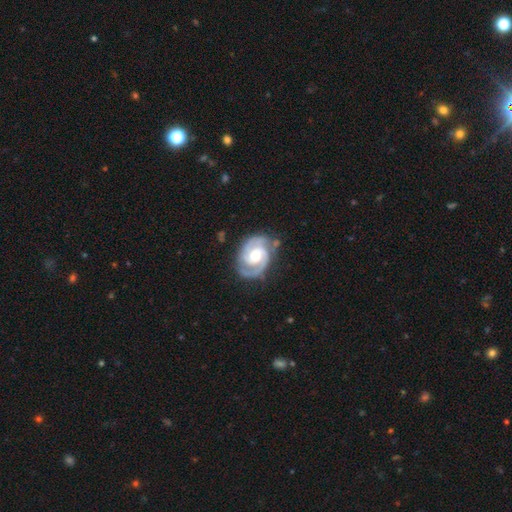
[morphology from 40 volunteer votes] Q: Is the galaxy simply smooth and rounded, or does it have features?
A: featured or disk — 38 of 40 (95%).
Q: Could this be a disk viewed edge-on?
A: no — 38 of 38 (100%).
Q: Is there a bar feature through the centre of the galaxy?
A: no — 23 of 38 (61%).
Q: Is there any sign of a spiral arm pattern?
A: yes — 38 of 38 (100%).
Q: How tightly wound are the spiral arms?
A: medium — 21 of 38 (55%).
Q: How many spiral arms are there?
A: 2 — 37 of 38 (97%).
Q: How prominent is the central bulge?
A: moderate — 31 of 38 (82%).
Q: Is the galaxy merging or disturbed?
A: none — 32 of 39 (82%).